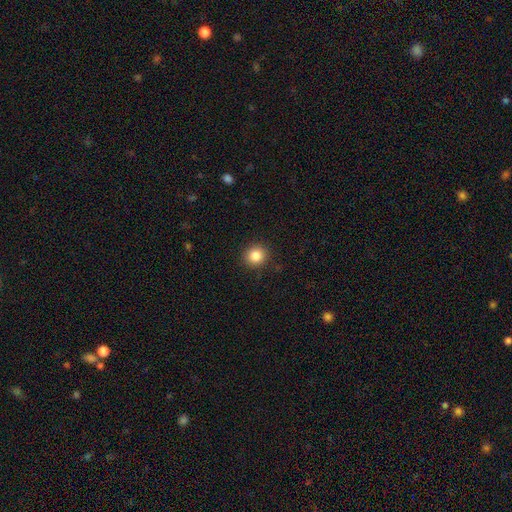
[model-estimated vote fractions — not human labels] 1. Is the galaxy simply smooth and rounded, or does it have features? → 85% smooth, 10% star or artifact, 5% featured or disk.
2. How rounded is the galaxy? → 89% round, 10% in between, 1% cigar-shaped.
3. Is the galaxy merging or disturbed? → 91% none, 6% minor disturbance, 2% major disturbance, 1% merger.